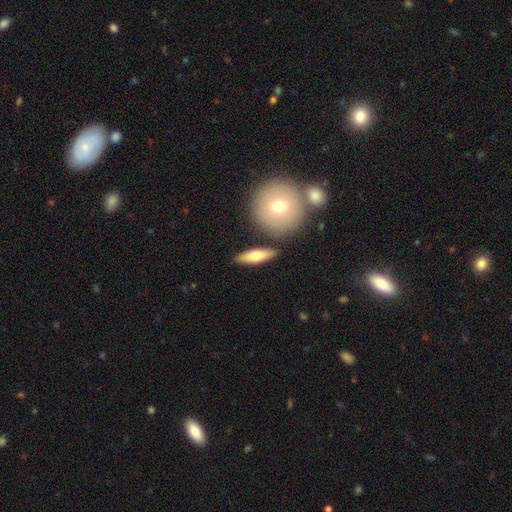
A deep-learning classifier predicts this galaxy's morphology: smooth 64%, featured or disk 30%, star or artifact 6%. Down the decision tree: how rounded — cigar-shaped (49%); merging — none (82%).